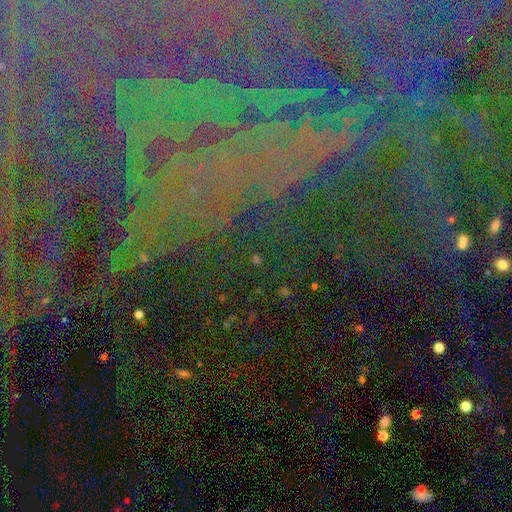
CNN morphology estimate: A star or artifact, not a galaxy (77%).